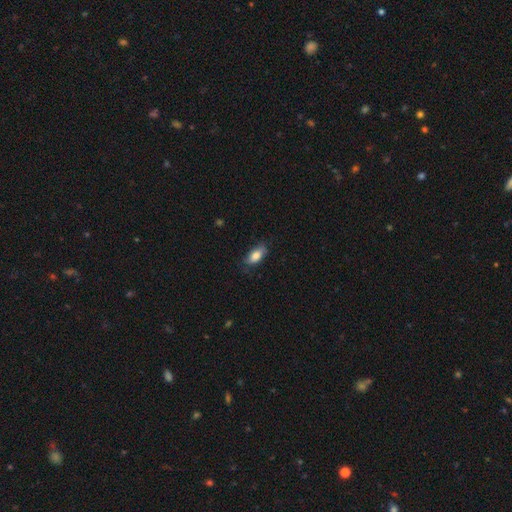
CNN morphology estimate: The model was most divided on "merging": none: 71%, minor disturbance: 23%, major disturbance: 5%, merger: 1%. More confident: how rounded — in between (87%); smooth or featured — smooth (81%).